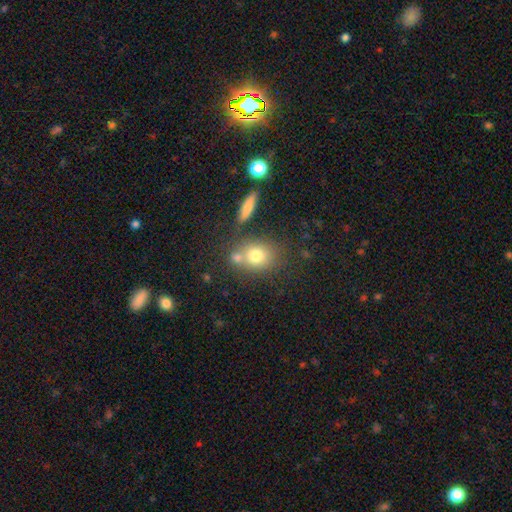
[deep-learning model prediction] Overall: smooth (75%). How rounded: round (61%; in between 37%). Merging: none (58%; merger 26%).